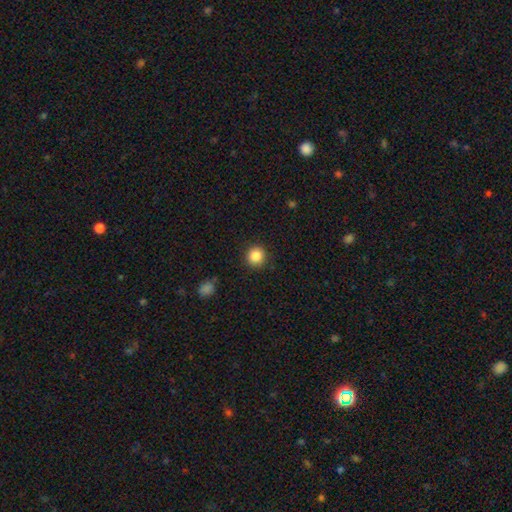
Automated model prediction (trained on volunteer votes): smooth 85%, star or artifact 10%, featured or disk 5%. Down the decision tree: how rounded — round (93%); merging — none (91%).